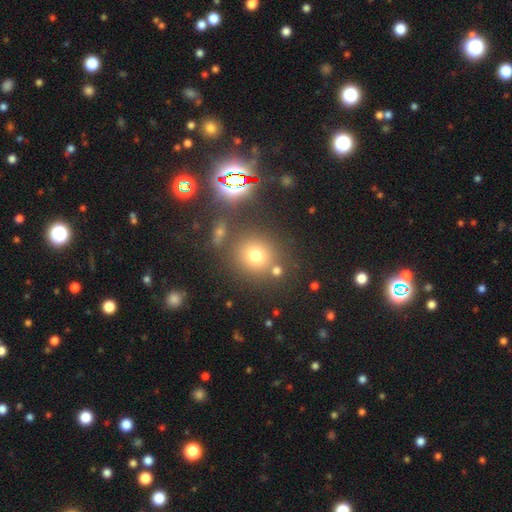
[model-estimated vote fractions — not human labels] Q: Smooth or featured?
A: smooth (69%); runner-up: star or artifact (21%)
Q: How rounded?
A: round (87%); runner-up: in between (12%)
Q: Merging?
A: none (75%); runner-up: merger (11%)